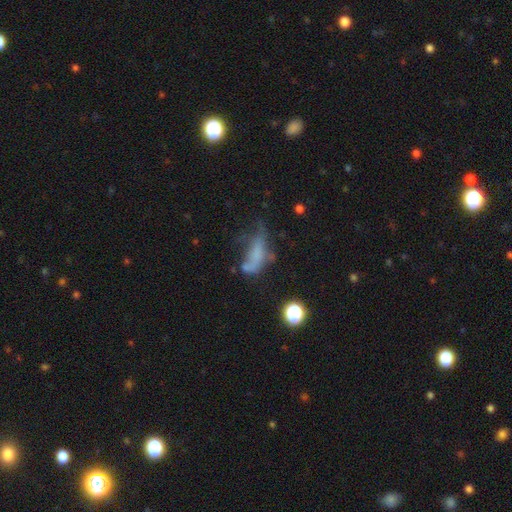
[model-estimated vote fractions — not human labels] This is possibly a smooth galaxy (46%). Merging: marginally major disturbance (39%).